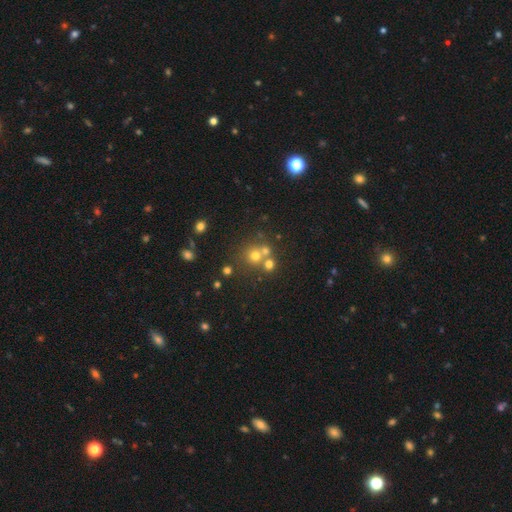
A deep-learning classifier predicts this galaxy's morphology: Smooth or featured? Predicted: smooth (p=0.65). How rounded? Predicted: round (p=0.87). Merging? Predicted: none (p=0.55).